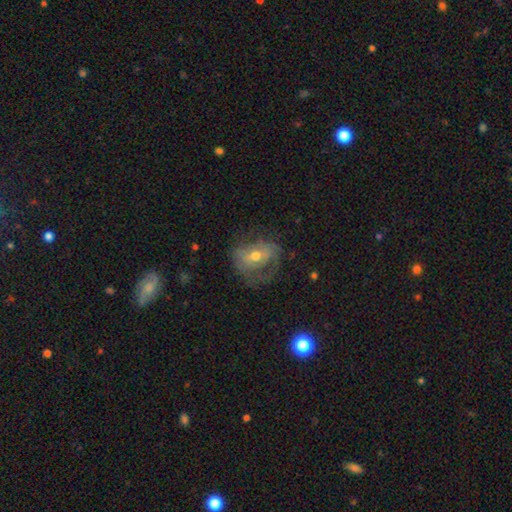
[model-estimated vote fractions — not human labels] Smooth or featured? Predicted: featured or disk (p=0.60). Edge-on disk? Predicted: no (p=0.95). Bar? Predicted: no (p=0.51). Spiral arms? Predicted: yes (p=0.60). Bulge size? Predicted: moderate (p=0.57). Merging? Predicted: none (p=0.45).